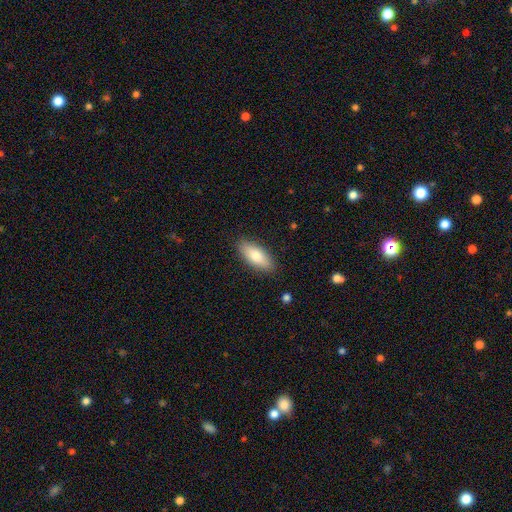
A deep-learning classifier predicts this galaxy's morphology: smooth 77%, featured or disk 17%, star or artifact 6%. Down the decision tree: how rounded — in between (76%); merging — none (87%).